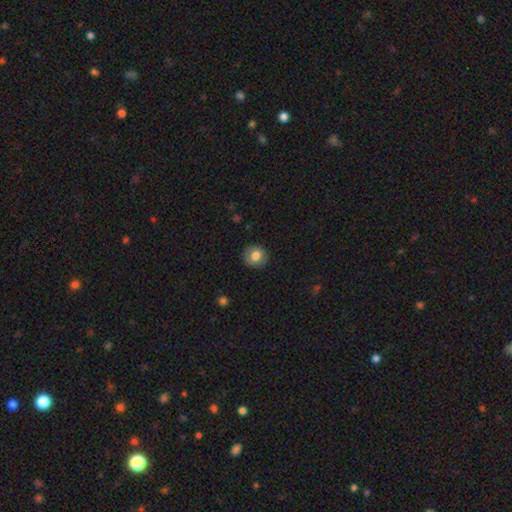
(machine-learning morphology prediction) smooth 79%, featured or disk 13%, star or artifact 8%. Down the decision tree: how rounded — round (89%); merging — none (89%).